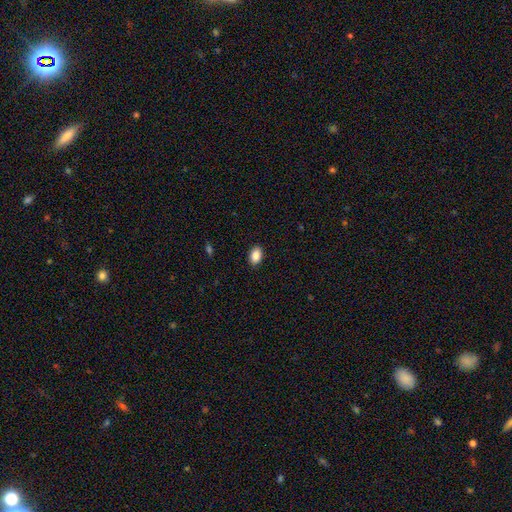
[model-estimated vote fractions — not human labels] Smooth or featured? smooth (88%)
How rounded? in between (87%)
Merging? none (90%)